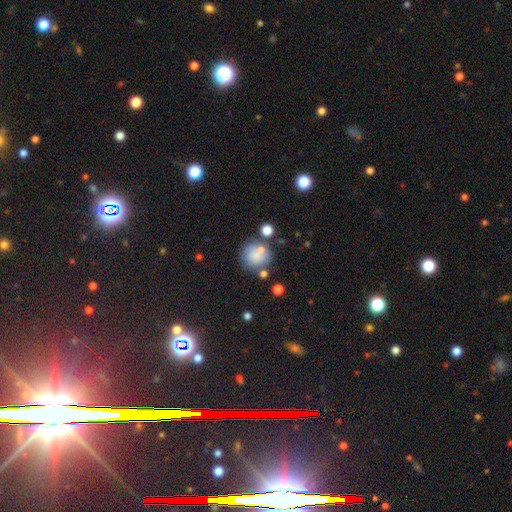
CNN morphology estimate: Smooth or featured? Predicted: smooth (p=0.77). How rounded? Predicted: round (p=0.89). Merging? Predicted: none (p=0.64).